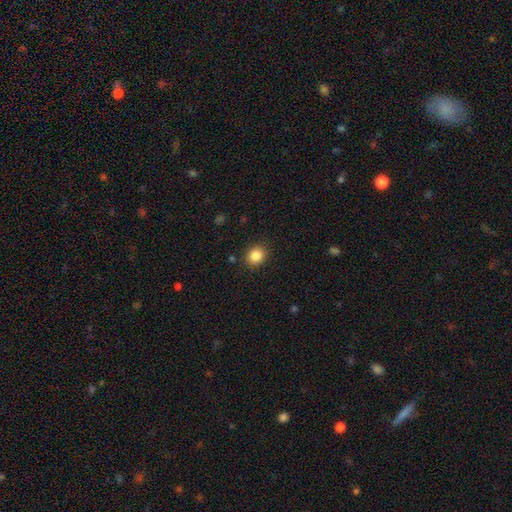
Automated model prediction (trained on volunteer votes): This appears to be a smooth galaxy with no disk features (86%) that is round (71%). Merging: none (88%).